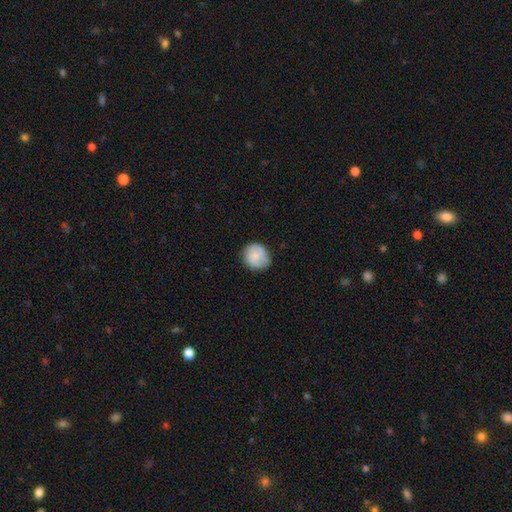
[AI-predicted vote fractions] This appears to be a smooth galaxy with no disk features (75%) that is round (83%). Merging: none (77%).